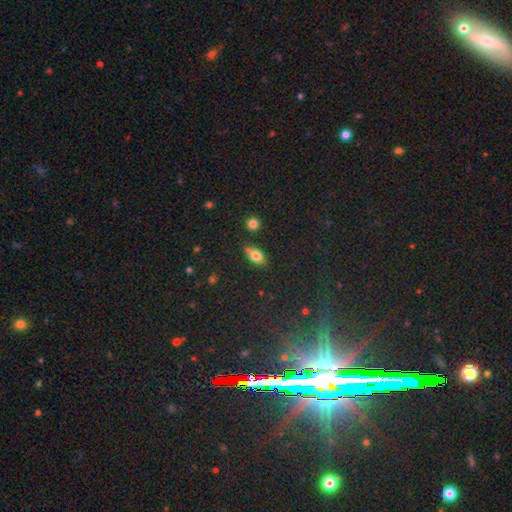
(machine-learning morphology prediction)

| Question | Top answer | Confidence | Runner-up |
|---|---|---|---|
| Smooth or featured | smooth | 78% | featured or disk (12%) |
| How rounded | in between | 81% | round (12%) |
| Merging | none | 68% | minor disturbance (19%) |